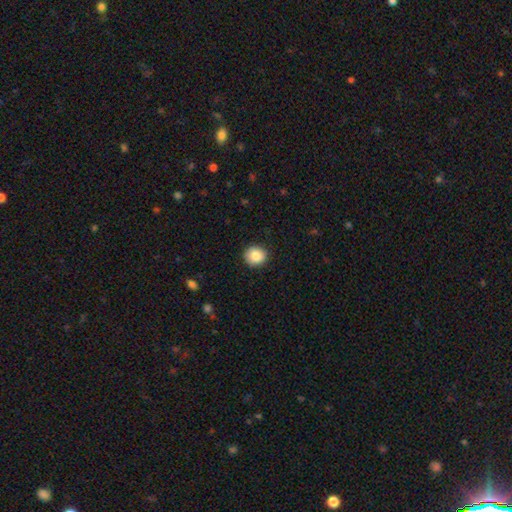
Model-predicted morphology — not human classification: Q: Smooth or featured?
A: smooth (84%); runner-up: star or artifact (8%)
Q: How rounded?
A: round (90%); runner-up: in between (9%)
Q: Merging?
A: none (90%); runner-up: minor disturbance (7%)